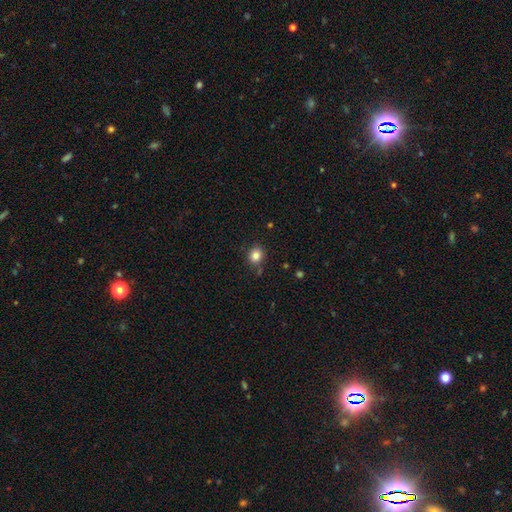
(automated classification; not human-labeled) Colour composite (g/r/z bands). It shows a smooth galaxy with no disk features (84%) that is round (77%). Merging: none (82%).